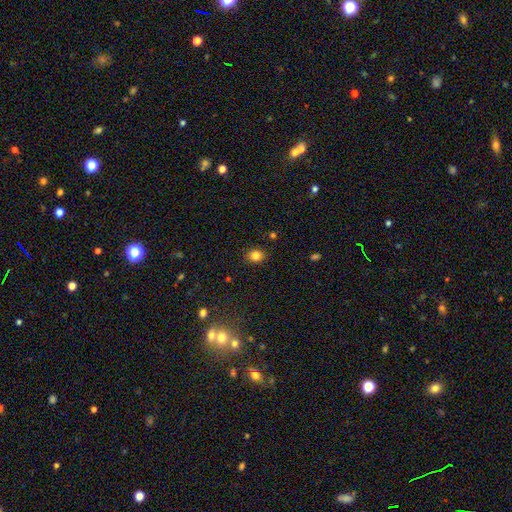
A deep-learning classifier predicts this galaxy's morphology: A smooth galaxy with no disk features (83%) that is round (70%). Merging: none (88%).